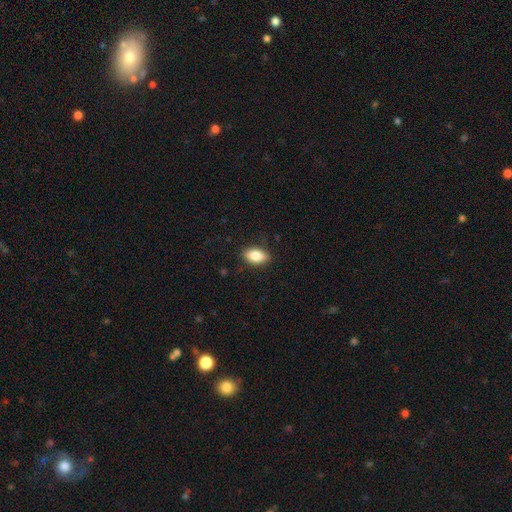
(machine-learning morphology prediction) Smooth or featured?
  - smooth: 83% *
  - featured or disk: 10%
  - star or artifact: 7%
How rounded?
  - in between: 89% *
  - round: 7%
  - cigar-shaped: 5%
Merging?
  - none: 85% *
  - minor disturbance: 12%
  - major disturbance: 3%
  - merger: 1%